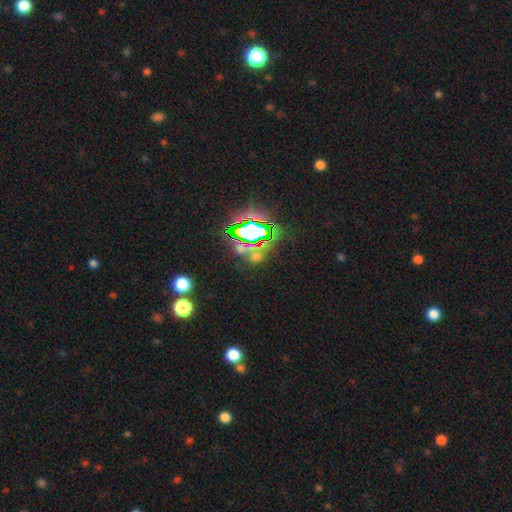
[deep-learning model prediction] Smooth or featured?
  - star or artifact: 67% *
  - smooth: 22%
  - featured or disk: 11%